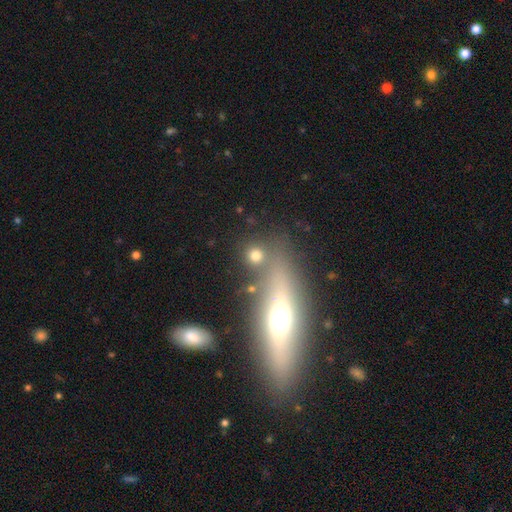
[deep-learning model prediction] Smooth or featured? smooth (73%)
How rounded? round (83%)
Merging? none (68%)